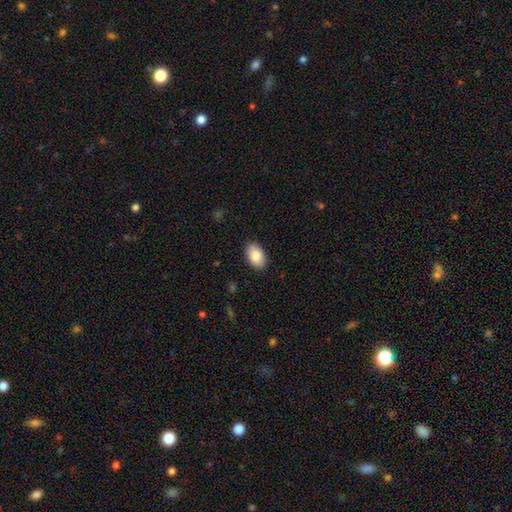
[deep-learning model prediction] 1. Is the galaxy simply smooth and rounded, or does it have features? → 87% smooth, 7% featured or disk, 7% star or artifact.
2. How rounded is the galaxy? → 93% in between, 6% round, 1% cigar-shaped.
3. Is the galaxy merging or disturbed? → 88% none, 9% minor disturbance, 2% major disturbance, 1% merger.